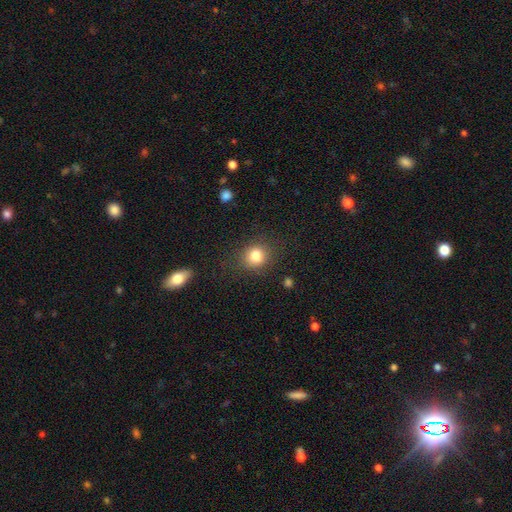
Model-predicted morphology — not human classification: Overall: smooth (82%). How rounded: round (74%). Merging: none (81%).